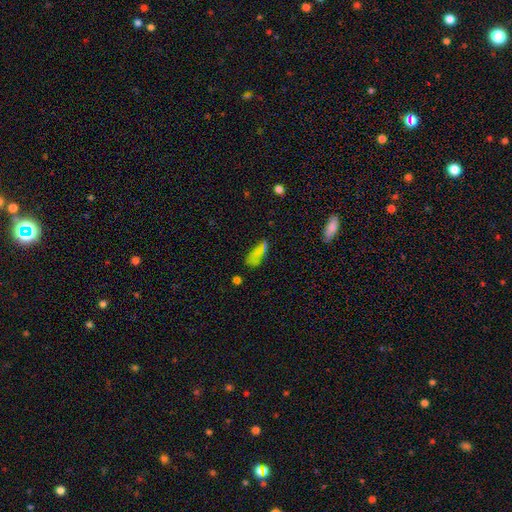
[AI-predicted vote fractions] Smooth or featured?
  - smooth: 66% *
  - star or artifact: 18%
  - featured or disk: 16%
How rounded?
  - in between: 77% *
  - cigar-shaped: 18%
  - round: 5%
Merging?
  - none: 47% *
  - minor disturbance: 24%
  - major disturbance: 16%
  - merger: 13%